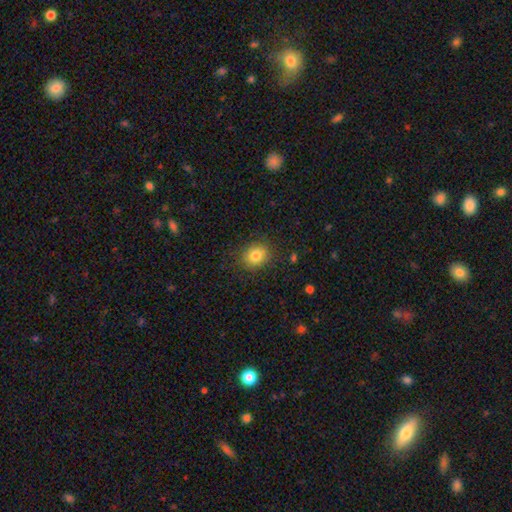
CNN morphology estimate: smooth-or-featured: smooth: 81% | star or artifact: 11% | featured or disk: 8%
  how-rounded: round: 66% | in between: 33% | cigar-shaped: 1%
  merging: none: 85% | minor disturbance: 11% | major disturbance: 3% | merger: 1%